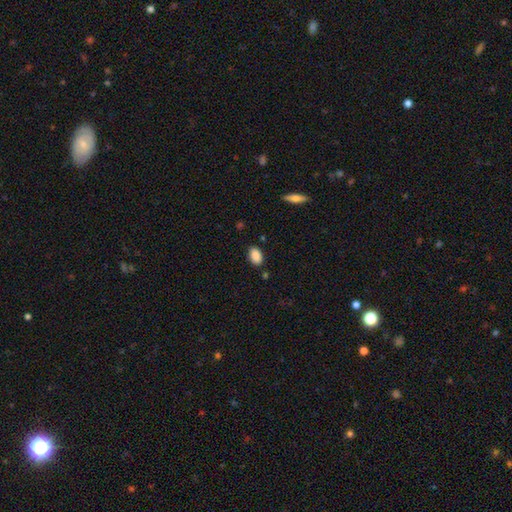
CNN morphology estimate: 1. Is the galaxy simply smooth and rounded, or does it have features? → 89% smooth, 8% star or artifact, 3% featured or disk.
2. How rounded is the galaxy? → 89% in between, 9% round, 2% cigar-shaped.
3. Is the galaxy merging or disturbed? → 84% none, 11% minor disturbance, 3% major disturbance, 2% merger.